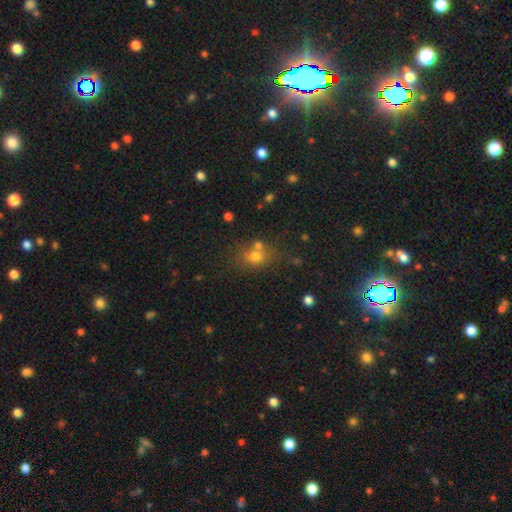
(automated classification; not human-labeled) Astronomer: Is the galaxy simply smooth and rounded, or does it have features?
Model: smooth — 68%.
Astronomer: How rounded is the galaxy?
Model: round — 61% (runner-up: in between, 37%).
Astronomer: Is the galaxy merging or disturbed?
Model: none — 57%.